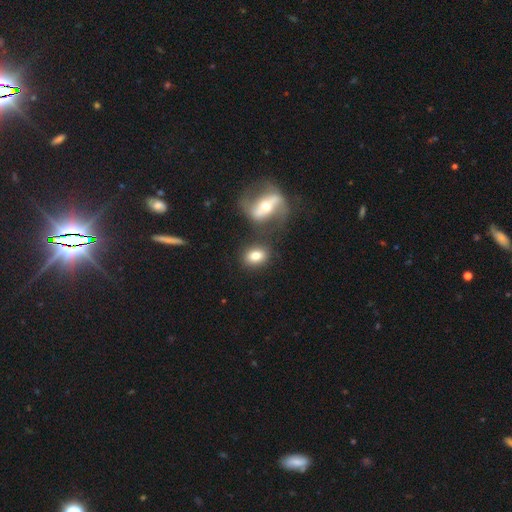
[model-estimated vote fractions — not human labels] Smooth or featured? Predicted: smooth (p=0.74). How rounded? Predicted: in between (p=0.69). Merging? Predicted: none (p=0.67).